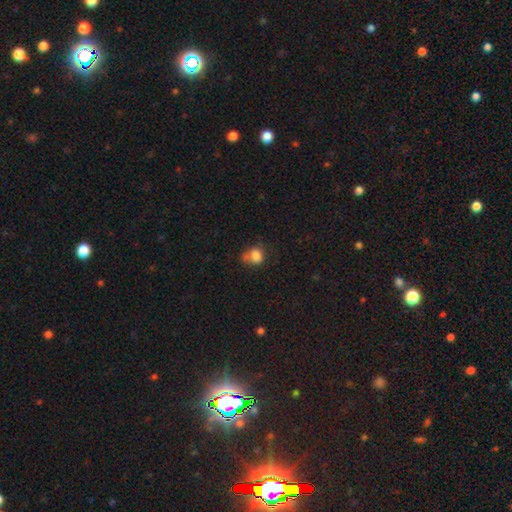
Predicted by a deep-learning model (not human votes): Q: Smooth or featured?
A: smooth (81%); runner-up: star or artifact (11%)
Q: How rounded?
A: round (57%); runner-up: in between (42%)
Q: Merging?
A: none (43%); runner-up: minor disturbance (24%)